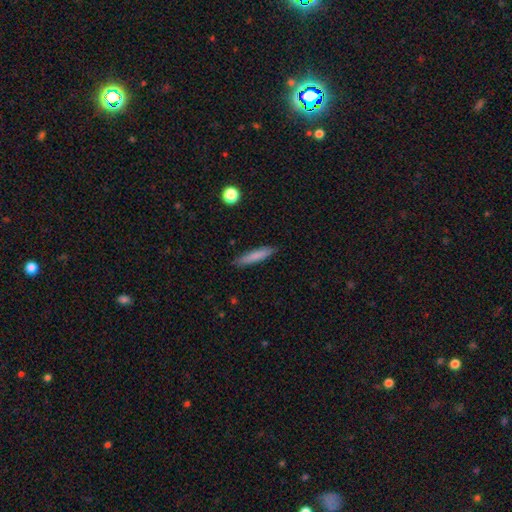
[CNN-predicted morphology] This is likely a smooth galaxy (79%). How rounded: clearly cigar-shaped (88%). Merging: clearly none (88%).